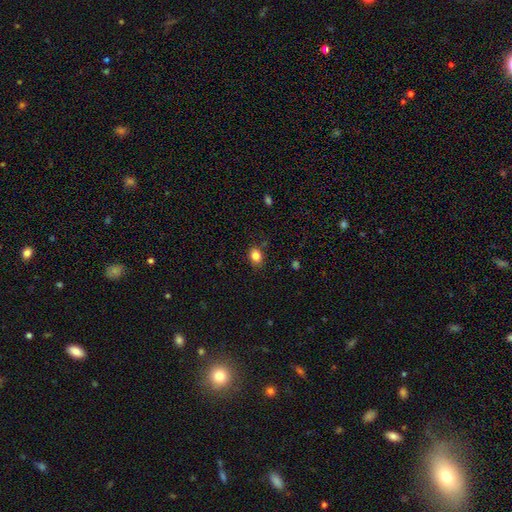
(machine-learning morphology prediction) Overall: smooth (84%). How rounded: in between (56%; round 43%). Merging: none (80%).